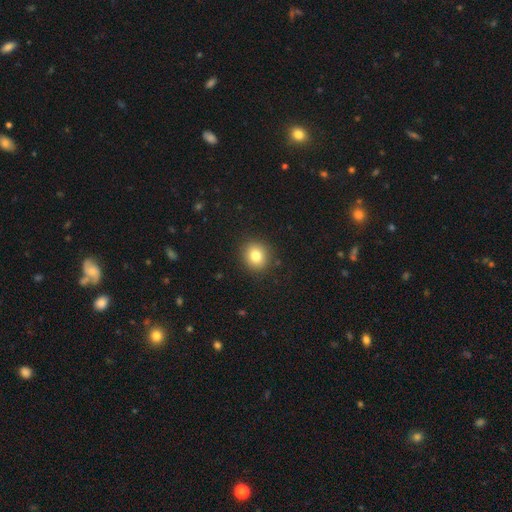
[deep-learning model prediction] This appears to be a smooth galaxy with no disk features (81%) that is round (81%). Merging: none (89%).